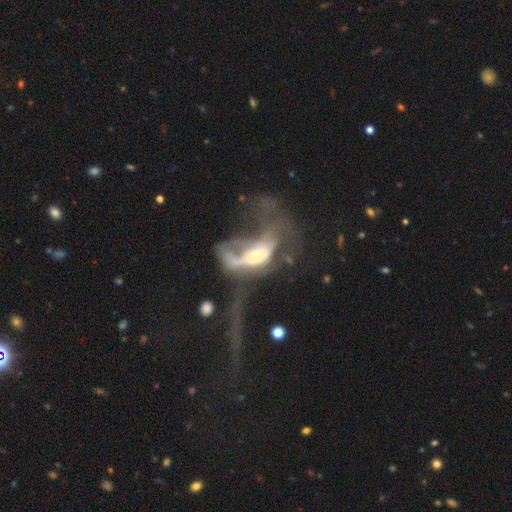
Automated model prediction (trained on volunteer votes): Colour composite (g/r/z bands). It shows a featured or disk galaxy (63%) with no bar (71%), no spiral arms (65%) and a moderate central bulge (54%). Merging: major disturbance (62%).